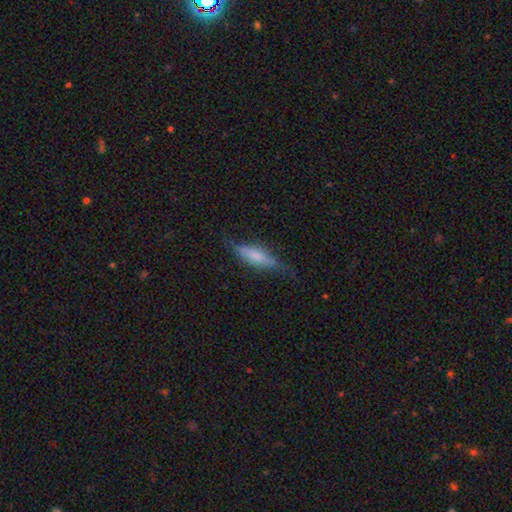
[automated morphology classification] This appears to be a featured or disk galaxy (48%). Merging: none (70%).